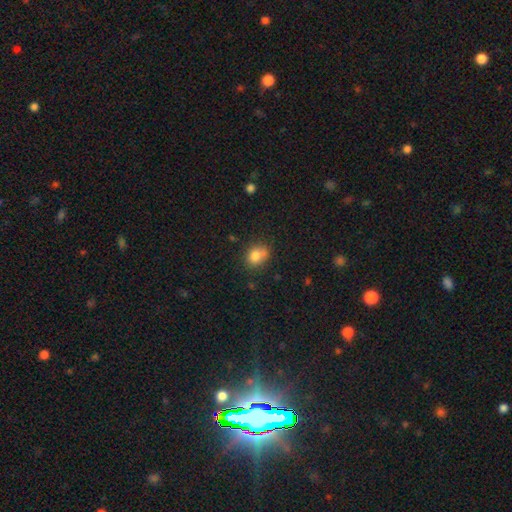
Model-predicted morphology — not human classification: Smooth or featured?
  - smooth: 80% *
  - star or artifact: 11%
  - featured or disk: 9%
How rounded?
  - round: 58% *
  - in between: 41%
  - cigar-shaped: 1%
Merging?
  - none: 54% *
  - minor disturbance: 22%
  - merger: 17%
  - major disturbance: 7%